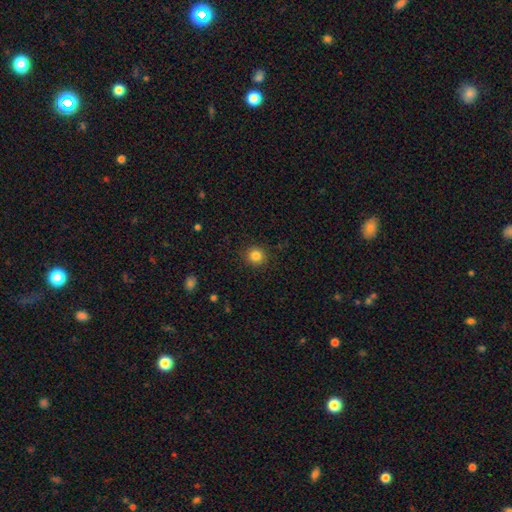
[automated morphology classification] Smooth or featured?
  - smooth: 84% *
  - star or artifact: 11%
  - featured or disk: 5%
How rounded?
  - round: 91% *
  - in between: 8%
  - cigar-shaped: 1%
Merging?
  - none: 91% *
  - minor disturbance: 6%
  - major disturbance: 2%
  - merger: 1%